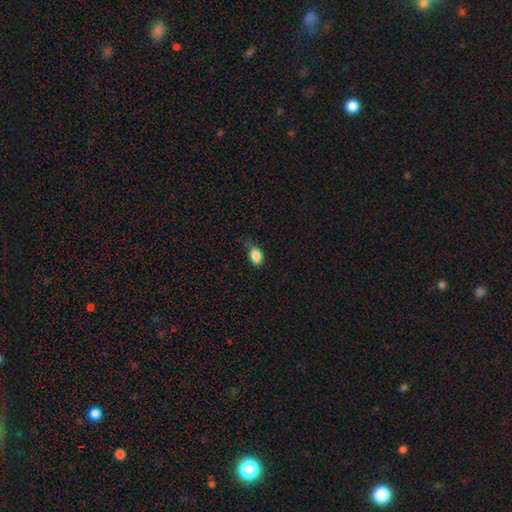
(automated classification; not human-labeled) A smooth galaxy with no disk features (86%) that is in between round and cigar-shaped (81%). Merging: none (70%).